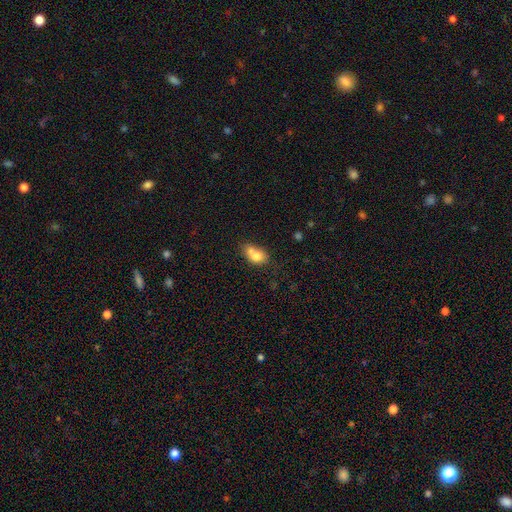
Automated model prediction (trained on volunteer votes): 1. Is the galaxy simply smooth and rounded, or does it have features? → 72% smooth, 18% featured or disk, 10% star or artifact.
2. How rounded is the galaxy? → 57% in between, 41% round, 2% cigar-shaped.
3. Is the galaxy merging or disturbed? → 55% merger, 28% none, 12% minor disturbance, 5% major disturbance.